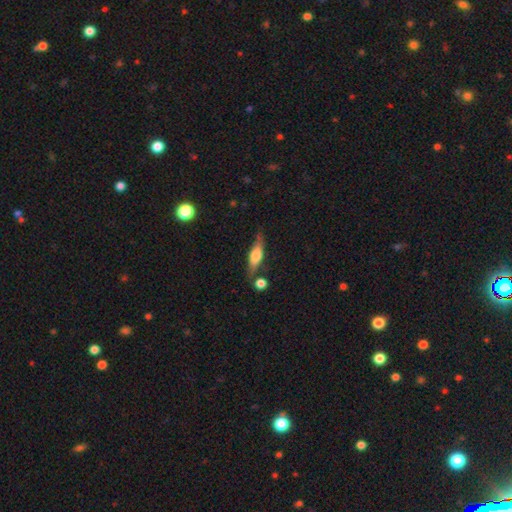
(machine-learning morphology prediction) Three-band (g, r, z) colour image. It shows a smooth galaxy with no disk features (50%). Merging: none (66%).